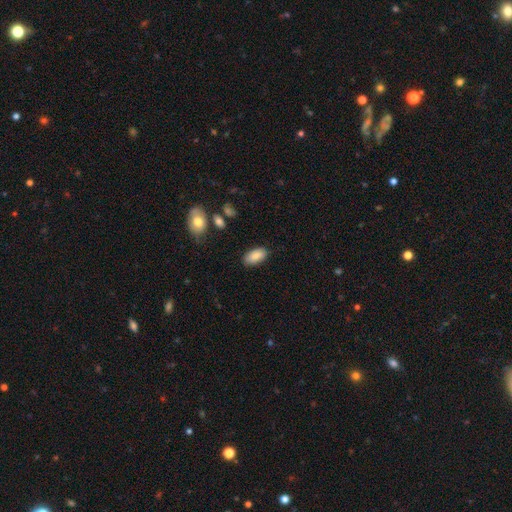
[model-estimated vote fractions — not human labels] Smooth or featured?
  - smooth: 87% *
  - star or artifact: 7%
  - featured or disk: 6%
How rounded?
  - in between: 93% *
  - cigar-shaped: 4%
  - round: 3%
Merging?
  - none: 85% *
  - minor disturbance: 11%
  - major disturbance: 3%
  - merger: 2%